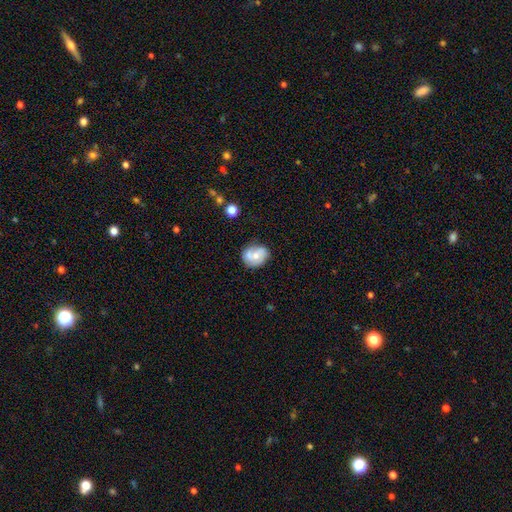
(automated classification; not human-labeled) This appears to be a smooth galaxy with no disk features (51%) that is round (57%). Merging: none (45%).